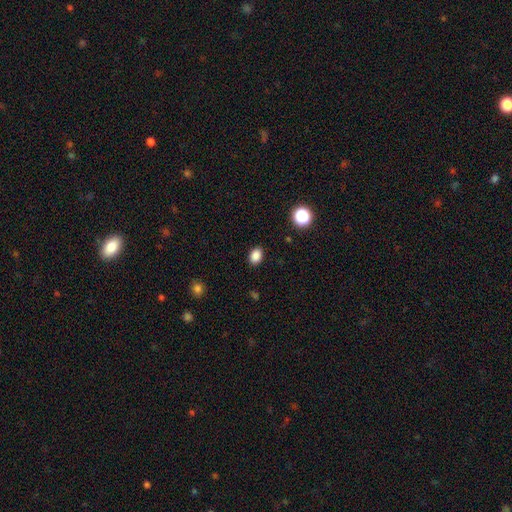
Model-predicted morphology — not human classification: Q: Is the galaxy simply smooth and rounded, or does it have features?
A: smooth — 86%.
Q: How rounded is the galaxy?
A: in between — 75%.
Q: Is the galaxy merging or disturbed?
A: none — 89%.